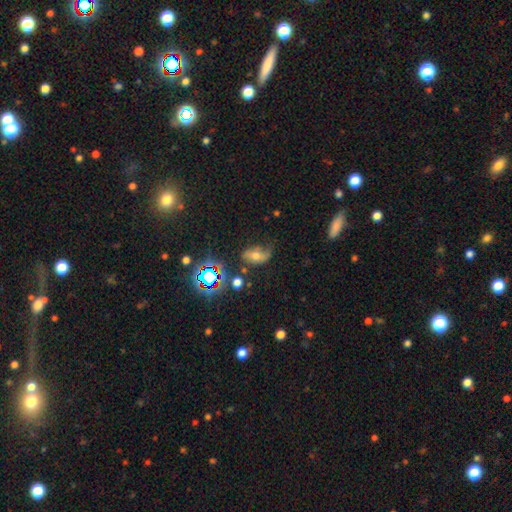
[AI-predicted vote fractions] This is marginally a featured or disk galaxy (40%). Merging: possibly none (45%).